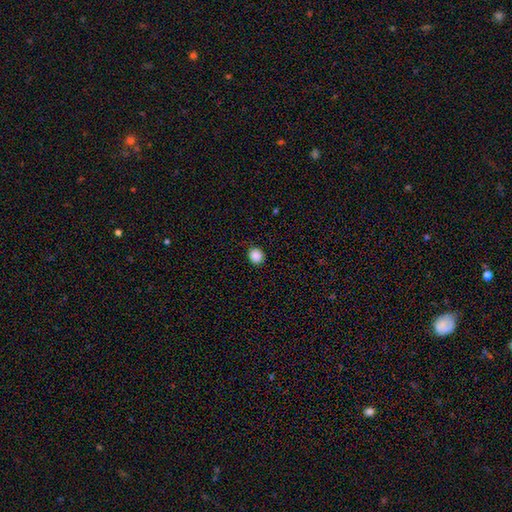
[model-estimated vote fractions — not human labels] Morphology: type=smooth (88%); roundness=round (86%); merging=none (89%).